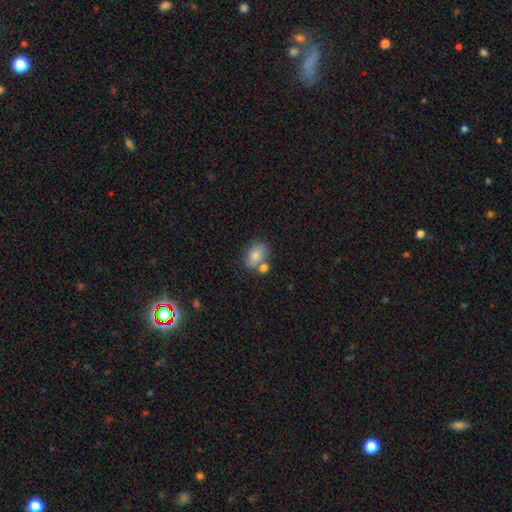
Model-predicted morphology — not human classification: This appears to be a smooth galaxy with no disk features (79%) that is in between round and cigar-shaped (82%). Merging: none (52%).